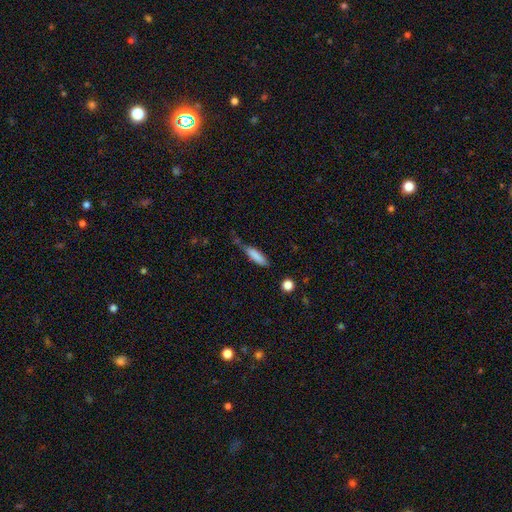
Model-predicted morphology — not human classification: This appears to be a smooth galaxy with no disk features (83%) that is cigar-shaped (71%). Merging: none (57%).